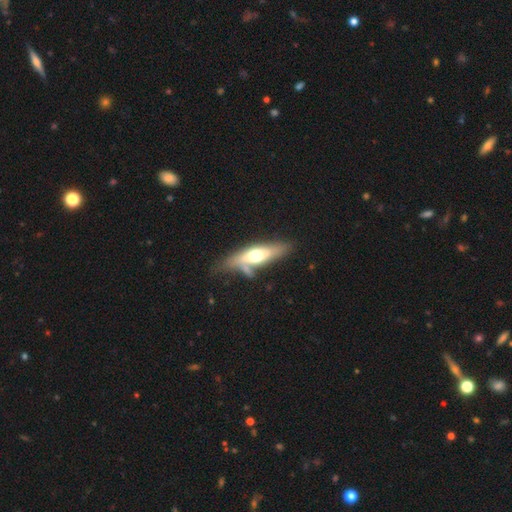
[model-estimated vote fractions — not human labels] The model was most divided on "smooth or featured": featured or disk: 50%, smooth: 45%, star or artifact: 6%. More confident: merging — none (51%).